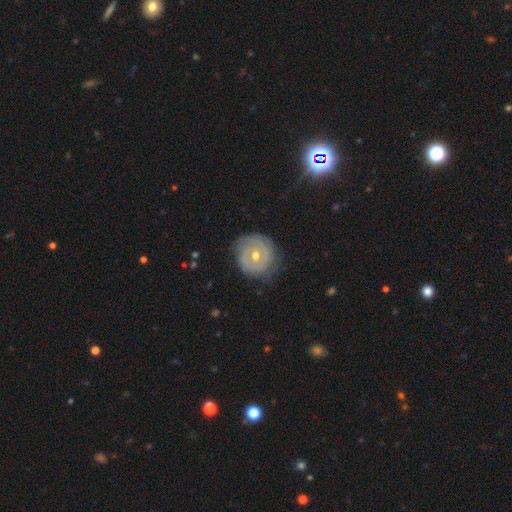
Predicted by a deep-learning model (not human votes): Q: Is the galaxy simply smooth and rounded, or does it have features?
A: featured or disk — 75%.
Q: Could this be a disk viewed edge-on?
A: no — 97%.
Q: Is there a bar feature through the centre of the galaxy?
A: no — 66%.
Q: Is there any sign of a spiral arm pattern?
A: yes — 84%.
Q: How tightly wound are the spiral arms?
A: tight — 75%.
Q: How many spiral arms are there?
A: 2 — 44%.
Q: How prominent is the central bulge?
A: moderate — 55%.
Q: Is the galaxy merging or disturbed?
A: none — 79%.